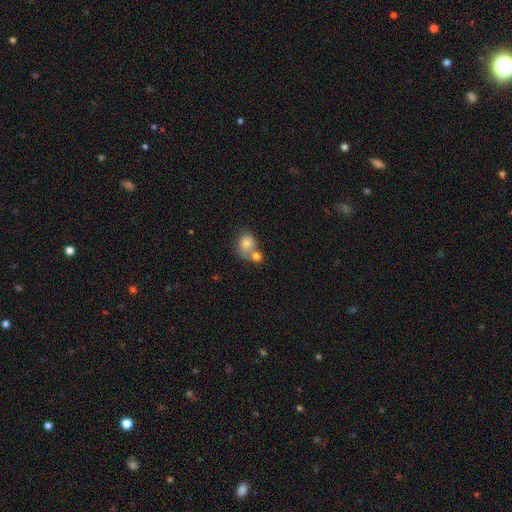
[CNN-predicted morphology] This is likely a smooth galaxy (78%). How rounded: likely round (69%). Merging: possibly merger (53%).